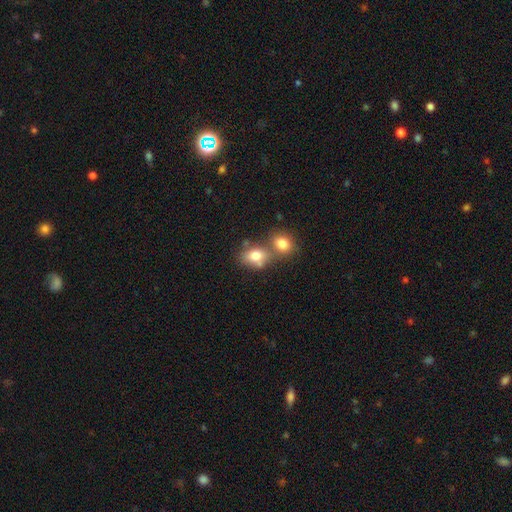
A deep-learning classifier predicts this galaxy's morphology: Smooth or featured?
  - smooth: 78% *
  - featured or disk: 12%
  - star or artifact: 10%
How rounded?
  - in between: 67% *
  - round: 32%
  - cigar-shaped: 2%
Merging?
  - merger: 46% *
  - none: 39%
  - minor disturbance: 11%
  - major disturbance: 4%